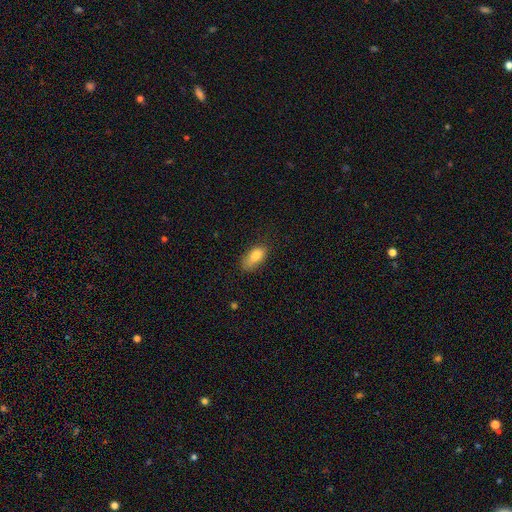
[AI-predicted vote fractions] This is clearly a smooth galaxy (83%). How rounded: clearly in between (89%). Merging: likely none (61%).